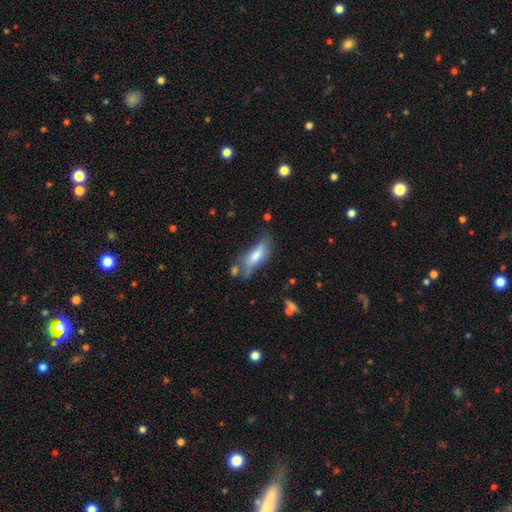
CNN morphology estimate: smooth 64%, featured or disk 28%, star or artifact 8%. Down the decision tree: how rounded — in between (55%); merging — none (49%).